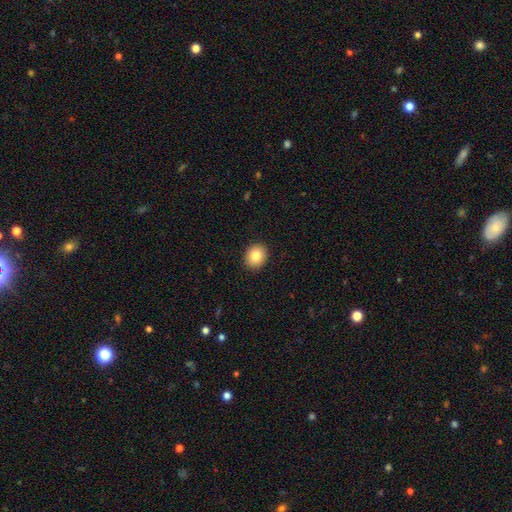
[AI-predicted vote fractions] smooth-or-featured: smooth: 82% | star or artifact: 9% | featured or disk: 9%
  how-rounded: round: 67% | in between: 32% | cigar-shaped: 1%
  merging: none: 91% | minor disturbance: 6% | major disturbance: 2% | merger: 1%